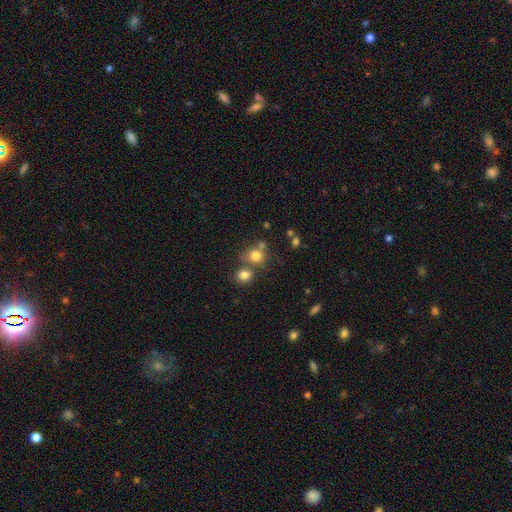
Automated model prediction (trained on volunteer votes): smooth_or_featured: smooth (p=0.76) [alt: star or artifact p=0.14]
how_rounded: round (p=0.80) [alt: in between p=0.19]
merging: none (p=0.53) [alt: merger p=0.32]